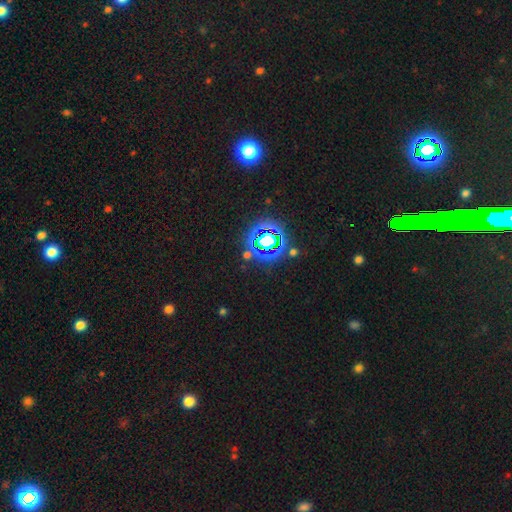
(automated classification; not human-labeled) Overall: star or artifact (80%).